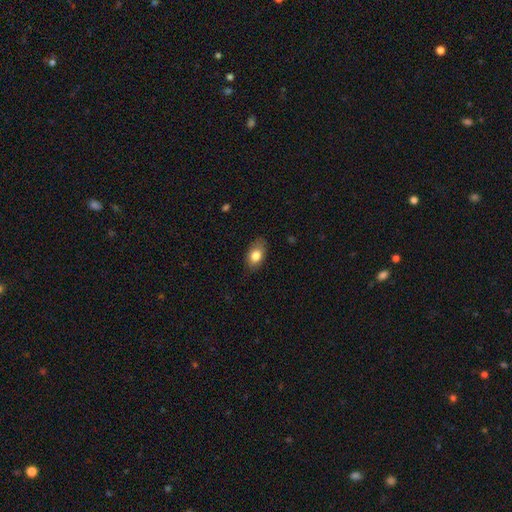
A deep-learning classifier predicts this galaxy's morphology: Smooth or featured? smooth (79%)
How rounded? in between (87%)
Merging? none (77%)